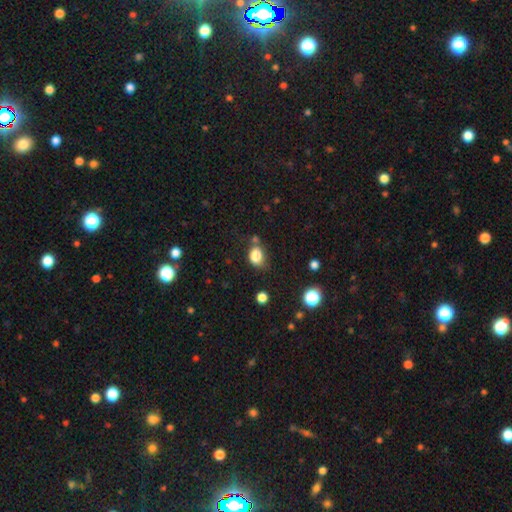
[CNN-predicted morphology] This is clearly a smooth galaxy (83%). How rounded: possibly in between (58%). Merging: possibly none (59%).